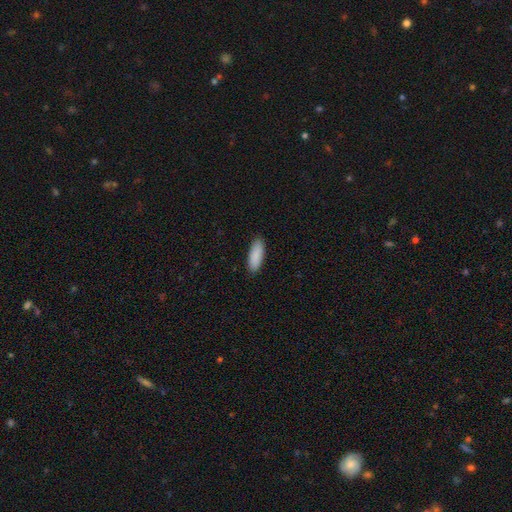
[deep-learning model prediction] This appears to be a smooth galaxy with no disk features (90%) that is in between round and cigar-shaped (68%). Merging: none (90%).